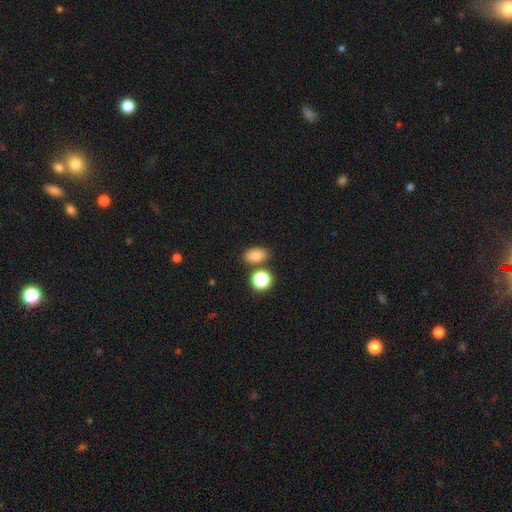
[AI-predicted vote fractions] Overall: smooth (82%). How rounded: in between (81%). Merging: none (77%).